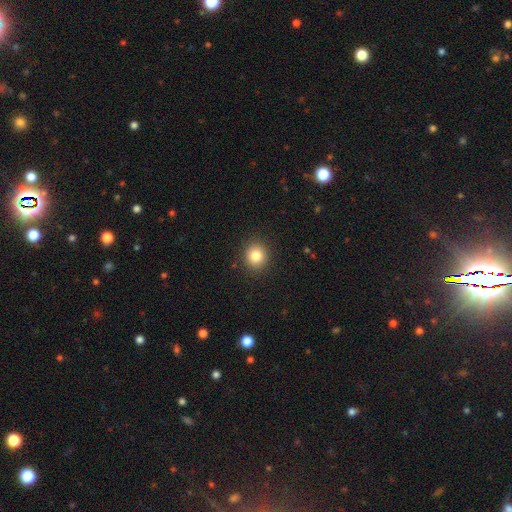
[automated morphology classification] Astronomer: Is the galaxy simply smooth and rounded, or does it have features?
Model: smooth — 83%.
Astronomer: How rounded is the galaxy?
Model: round — 86%.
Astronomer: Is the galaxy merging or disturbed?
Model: none — 91%.